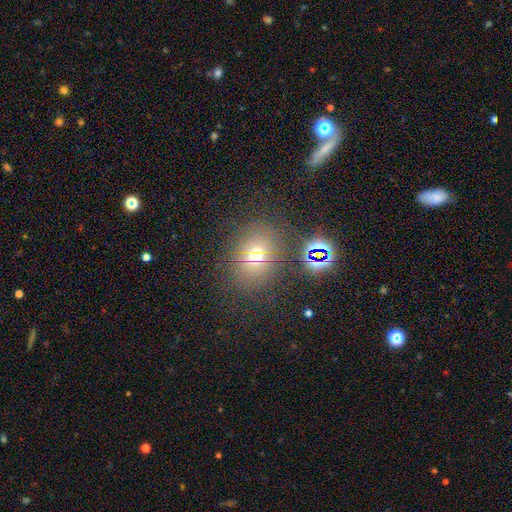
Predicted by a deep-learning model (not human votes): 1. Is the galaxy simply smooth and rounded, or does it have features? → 56% smooth, 31% star or artifact, 13% featured or disk.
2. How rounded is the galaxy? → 66% round, 33% in between, 2% cigar-shaped.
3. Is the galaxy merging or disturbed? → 81% none, 10% minor disturbance, 5% major disturbance, 4% merger.